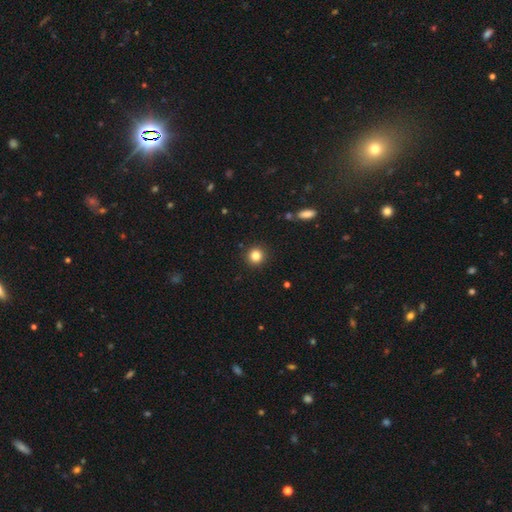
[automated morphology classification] This appears to be a smooth galaxy with no disk features (83%) that is round (94%). Merging: none (92%).